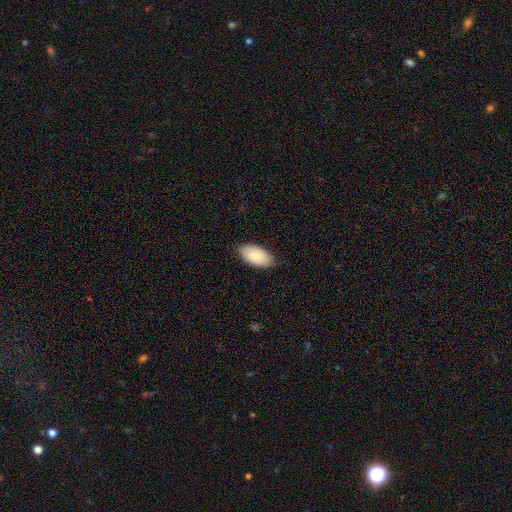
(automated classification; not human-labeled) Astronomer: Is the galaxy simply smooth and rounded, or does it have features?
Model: smooth — 88%.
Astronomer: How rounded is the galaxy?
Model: in between — 95%.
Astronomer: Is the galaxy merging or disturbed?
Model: none — 83%.